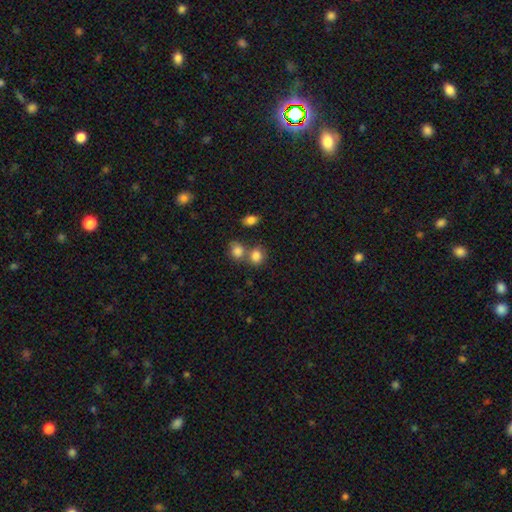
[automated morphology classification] The model was most divided on "merging": none: 51%, merger: 36%, minor disturbance: 10%, major disturbance: 4%. More confident: smooth or featured — smooth (82%); how rounded — round (67%).